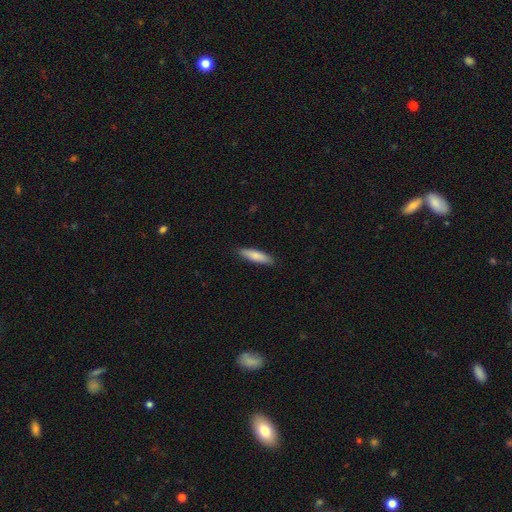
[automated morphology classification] This appears to be a smooth galaxy with no disk features (81%) that is cigar-shaped (70%). Merging: none (89%).